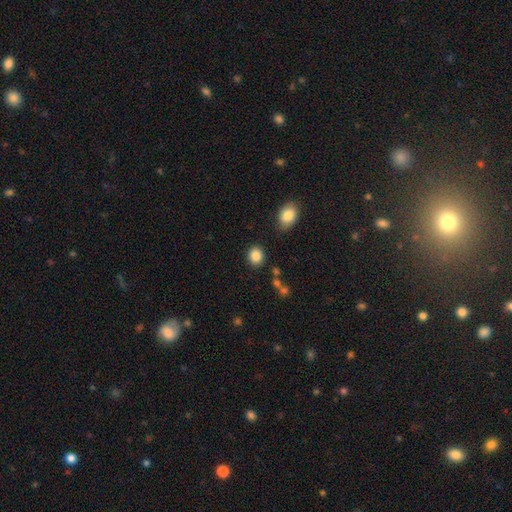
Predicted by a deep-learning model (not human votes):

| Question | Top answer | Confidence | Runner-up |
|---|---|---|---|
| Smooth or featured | smooth | 86% | star or artifact (9%) |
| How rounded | round | 65% | in between (34%) |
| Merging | none | 85% | minor disturbance (9%) |